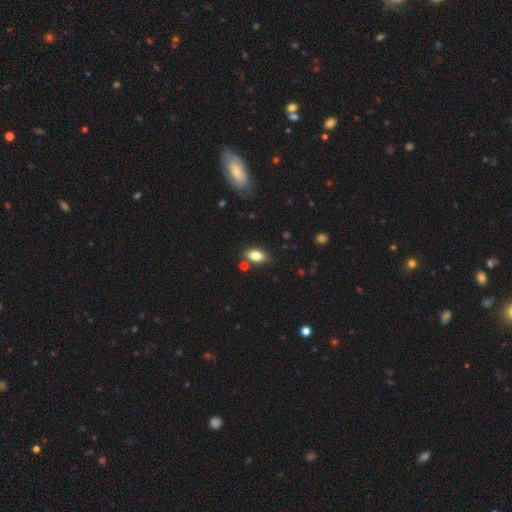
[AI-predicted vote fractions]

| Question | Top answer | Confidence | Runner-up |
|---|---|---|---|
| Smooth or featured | smooth | 81% | featured or disk (11%) |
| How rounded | in between | 89% | cigar-shaped (6%) |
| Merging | none | 80% | minor disturbance (12%) |